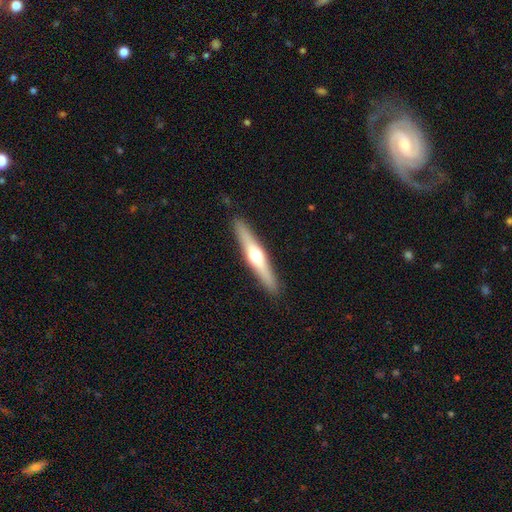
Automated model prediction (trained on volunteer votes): A featured or disk galaxy (58%) viewed edge-on (95%) with a rounded central bulge (91%).

Vote fractions:
- Smooth or featured? featured or disk: 58% / smooth: 36% / star or artifact: 5%
- Edge-on disk? yes: 95% / no: 5%
- Edge-on bulge? rounded: 91% / none: 6% / boxy: 3%
- Merging? none: 91% / minor disturbance: 6% / major disturbance: 1% / merger: 1%